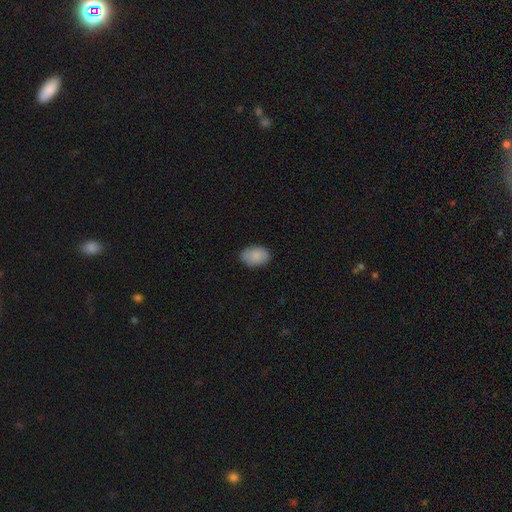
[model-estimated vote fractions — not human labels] This appears to be a smooth galaxy with no disk features (88%) that is in between round and cigar-shaped (86%). Merging: none (84%).